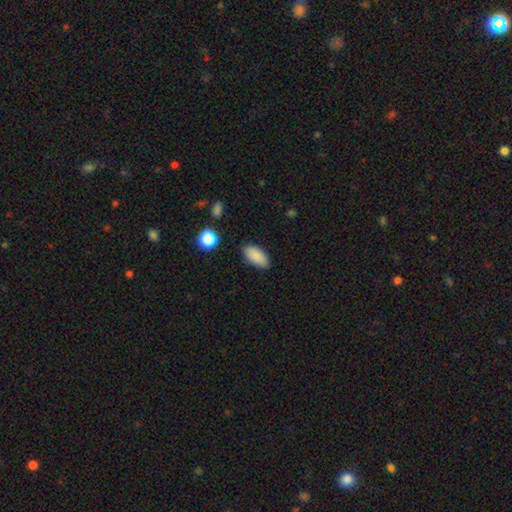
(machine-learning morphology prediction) smooth 87%, star or artifact 8%, featured or disk 5%. Down the decision tree: how rounded — in between (91%); merging — none (85%).